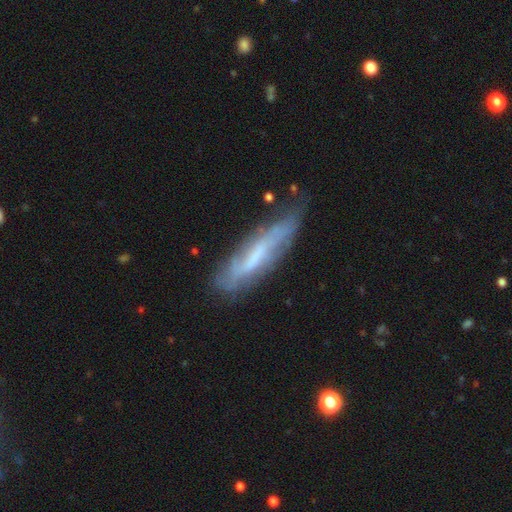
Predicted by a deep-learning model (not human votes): The model was most divided on "edge-on disk": no: 53%, yes: 47%. More confident: merging — none (62%); smooth or featured — featured or disk (56%).